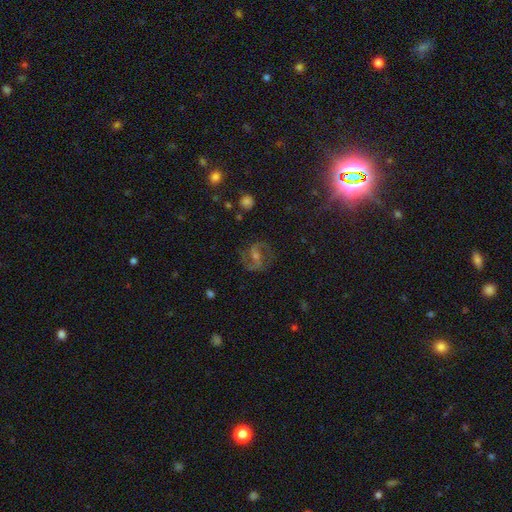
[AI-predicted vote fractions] Smooth or featured? Predicted: featured or disk (p=0.76). Edge-on disk? Predicted: no (p=0.97). Bar? Predicted: weak (p=0.44). Spiral arms? Predicted: yes (p=0.94). Spiral winding? Predicted: medium (p=0.56). Spiral arm count? Predicted: 2 (p=0.90). Bulge size? Predicted: small (p=0.47). Merging? Predicted: none (p=0.81).